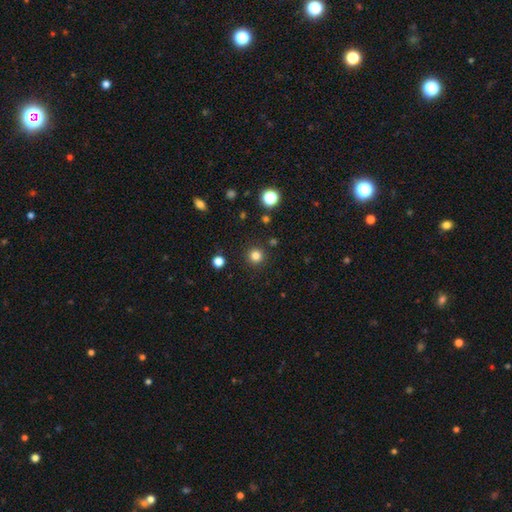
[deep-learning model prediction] Morphology: type=smooth (82%); roundness=round (95%); merging=none (91%).